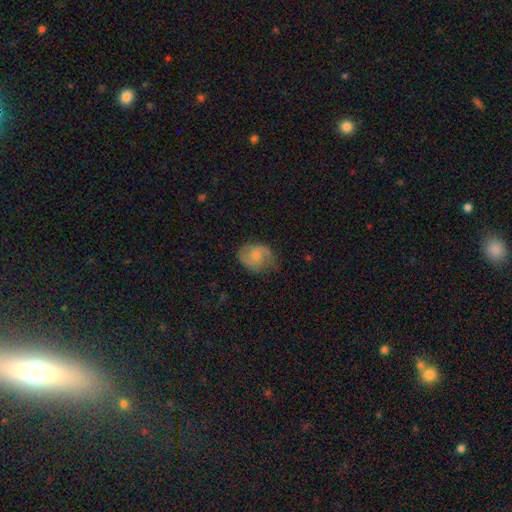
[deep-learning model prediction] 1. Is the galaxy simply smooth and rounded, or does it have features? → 53% featured or disk, 39% smooth, 8% star or artifact.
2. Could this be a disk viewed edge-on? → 97% no, 3% yes.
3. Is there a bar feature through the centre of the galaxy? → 69% no, 27% weak, 4% strong.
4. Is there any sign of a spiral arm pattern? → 88% yes, 12% no.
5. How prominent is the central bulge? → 61% small, 26% moderate, 10% none, 2% large, 1% dominant.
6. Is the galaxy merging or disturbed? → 61% none, 26% minor disturbance, 11% major disturbance, 1% merger.